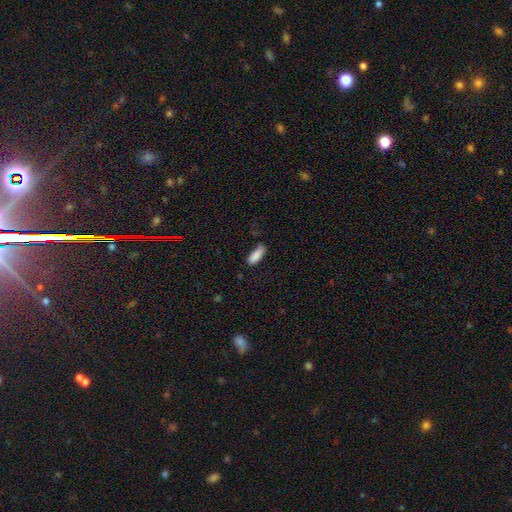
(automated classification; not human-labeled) Morphology: type=smooth (88%); roundness=in between (72%); merging=none (70%).